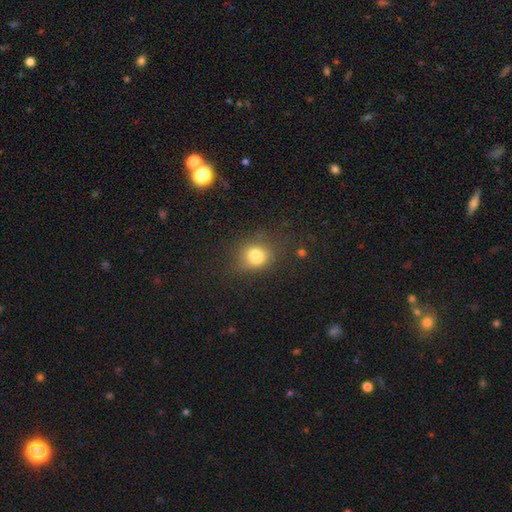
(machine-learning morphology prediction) This appears to be a smooth galaxy with no disk features (77%) that is round (62%). Merging: none (59%).